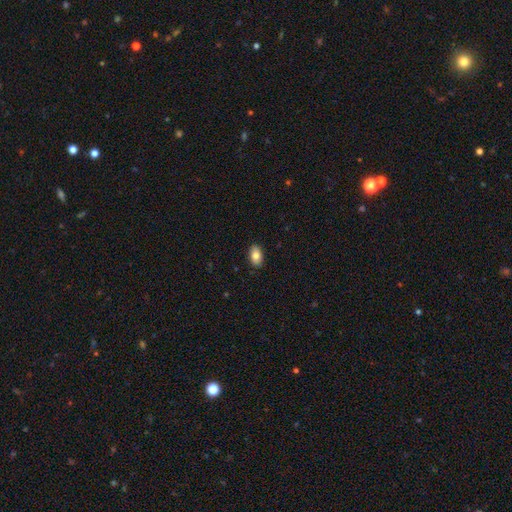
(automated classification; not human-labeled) The model was most divided on "smooth or featured": smooth: 82%, featured or disk: 11%, star or artifact: 7%. More confident: how rounded — in between (93%); merging — none (88%).